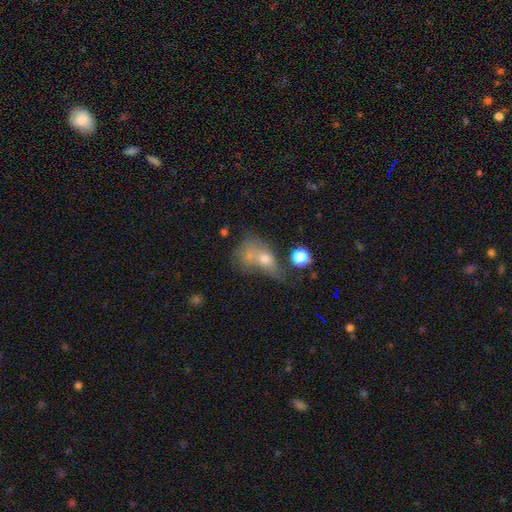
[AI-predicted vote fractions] Overall: smooth (51%; featured or disk 29%). How rounded: in between (65%; round 30%). Merging: merger (33%; major disturbance 26%).